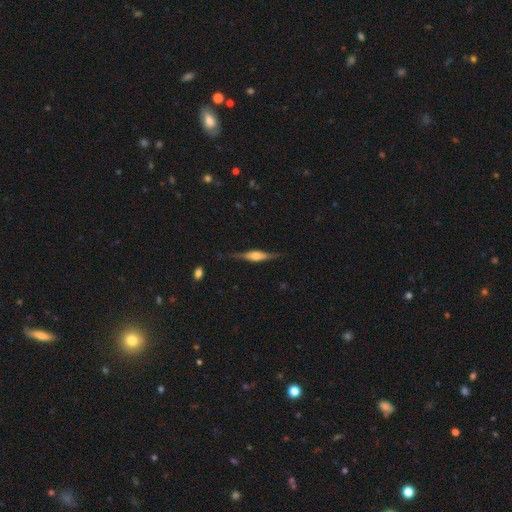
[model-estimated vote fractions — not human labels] Smooth or featured? Predicted: featured or disk (p=0.74). Edge-on disk? Predicted: yes (p=0.97). Edge-on bulge? Predicted: rounded (p=0.82). Merging? Predicted: none (p=0.83).